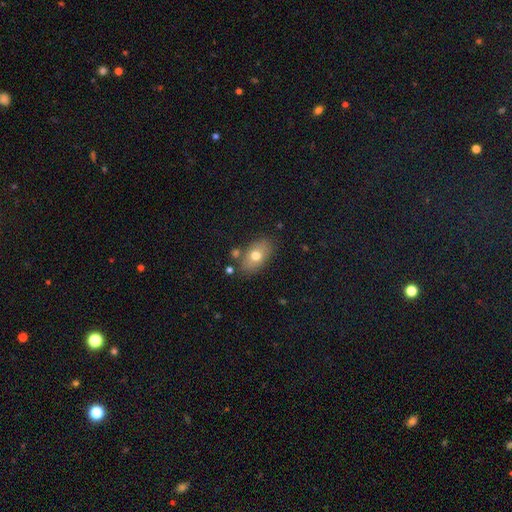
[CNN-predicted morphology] Q: Smooth or featured?
A: smooth (70%); runner-up: featured or disk (22%)
Q: How rounded?
A: in between (88%); runner-up: round (10%)
Q: Merging?
A: none (77%); runner-up: minor disturbance (13%)